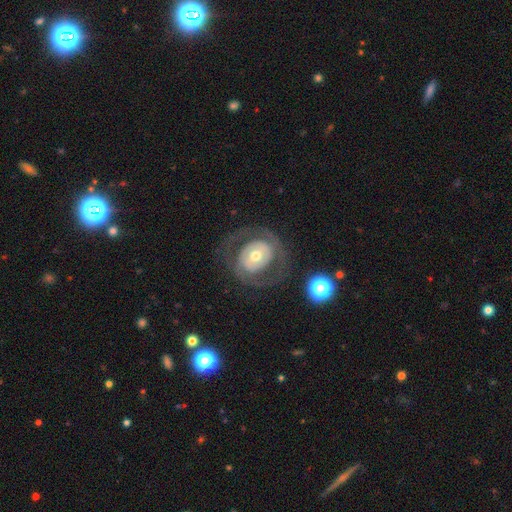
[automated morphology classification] Overall: featured or disk (74%). Edge-on disk: no (97%). Bar: no (61%; weak 27%). Spiral arms: yes (59%; no 41%). Bulge size: moderate (69%). Merging: none (70%).